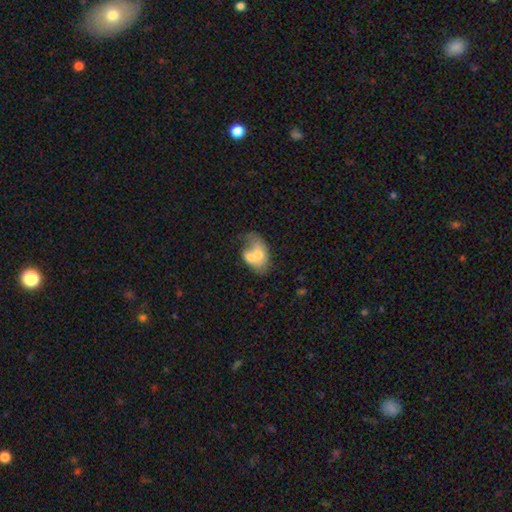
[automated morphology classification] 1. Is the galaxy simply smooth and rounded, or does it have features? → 56% smooth, 37% featured or disk, 7% star or artifact.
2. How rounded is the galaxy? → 83% in between, 15% round, 2% cigar-shaped.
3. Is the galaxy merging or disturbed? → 55% merger, 17% none, 15% major disturbance, 13% minor disturbance.